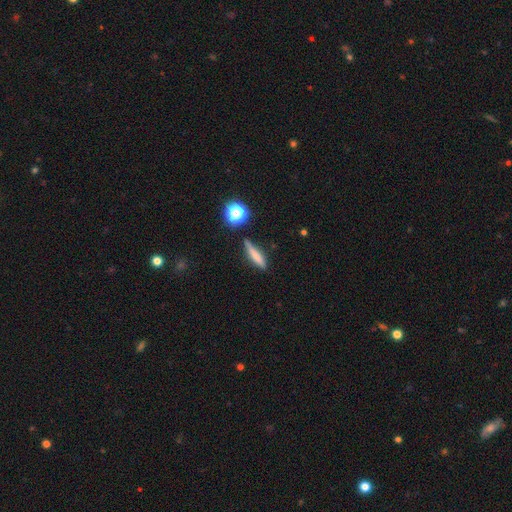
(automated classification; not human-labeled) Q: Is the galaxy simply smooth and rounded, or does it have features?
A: smooth — 65%.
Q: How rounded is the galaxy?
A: cigar-shaped — 81%.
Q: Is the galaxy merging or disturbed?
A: none — 77%.